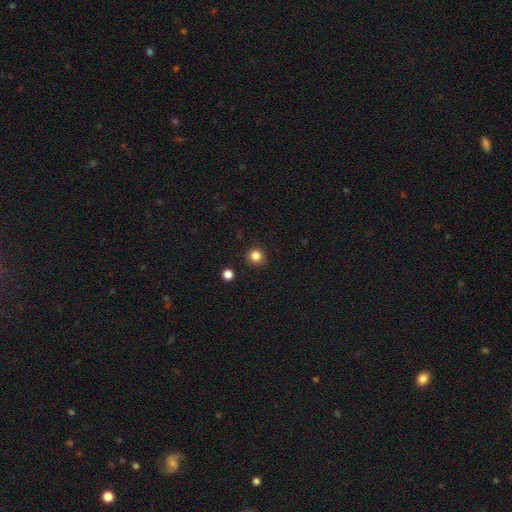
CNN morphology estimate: This is clearly a smooth galaxy (83%). How rounded: clearly round (92%). Merging: clearly none (90%).